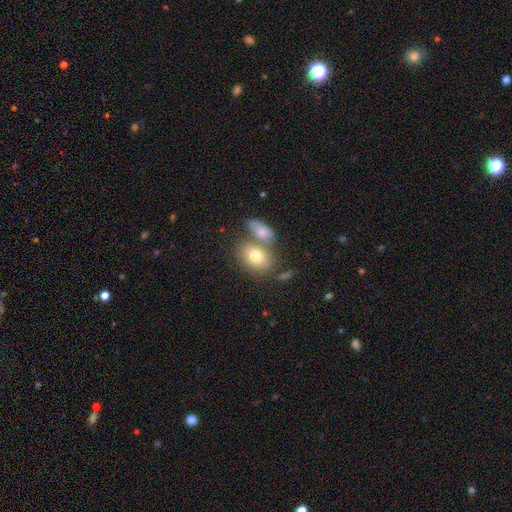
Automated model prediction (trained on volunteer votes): Smooth or featured? Predicted: smooth (p=0.74). How rounded? Predicted: in between (p=0.74). Merging? Predicted: none (p=0.46).